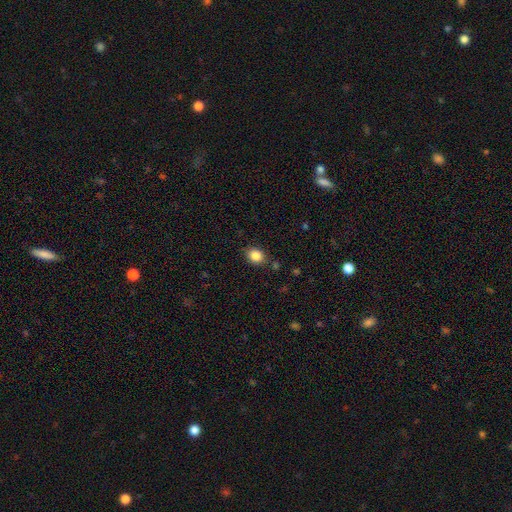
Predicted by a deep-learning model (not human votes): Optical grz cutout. It shows a smooth galaxy with no disk features (85%) that is round (52%). Merging: none (83%).